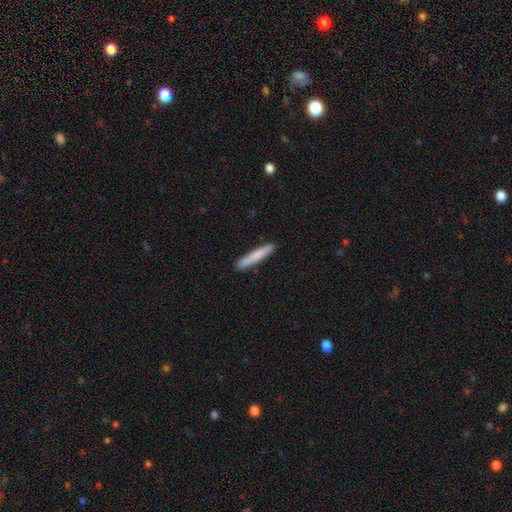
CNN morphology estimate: A smooth galaxy with no disk features (80%) that is cigar-shaped (95%). Merging: none (89%).